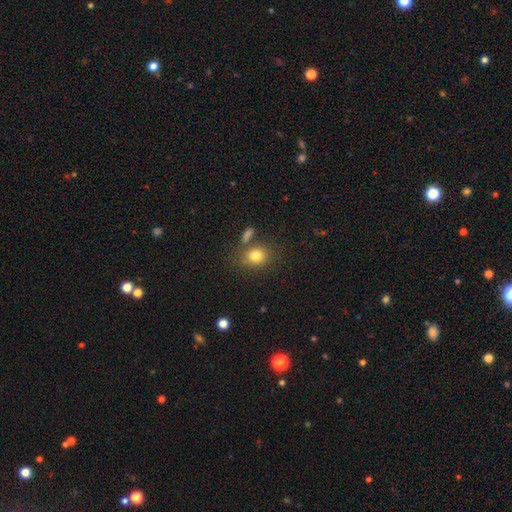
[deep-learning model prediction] Morphology: type=smooth (80%); roundness=round (56%); merging=none (67%).